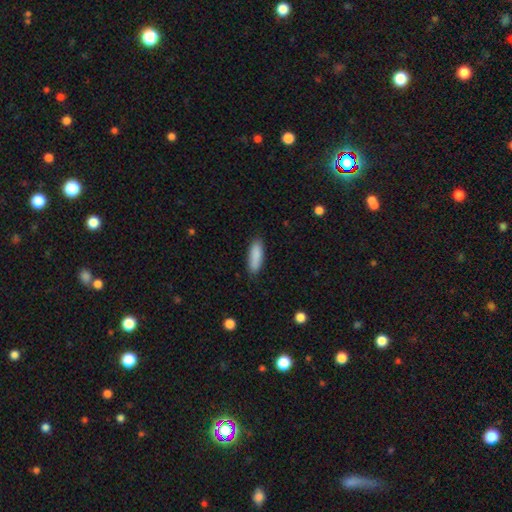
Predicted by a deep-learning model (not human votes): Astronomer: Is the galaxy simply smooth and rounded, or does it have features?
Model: smooth — 88%.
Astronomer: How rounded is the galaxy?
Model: in between — 55% (runner-up: cigar-shaped, 43%).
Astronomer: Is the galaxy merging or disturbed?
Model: none — 86%.